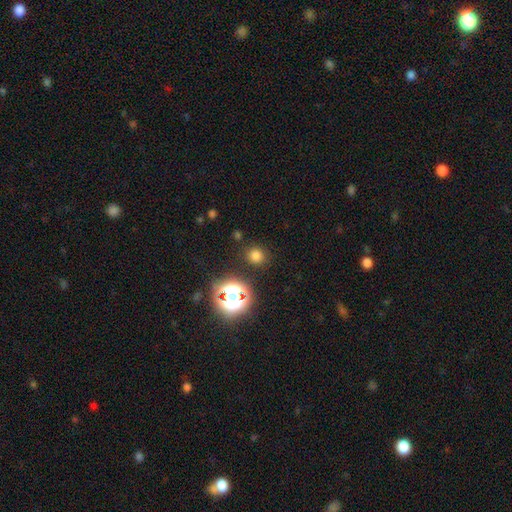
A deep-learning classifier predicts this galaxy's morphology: Smooth or featured? Predicted: smooth (p=0.75). How rounded? Predicted: round (p=0.88). Merging? Predicted: none (p=0.87).